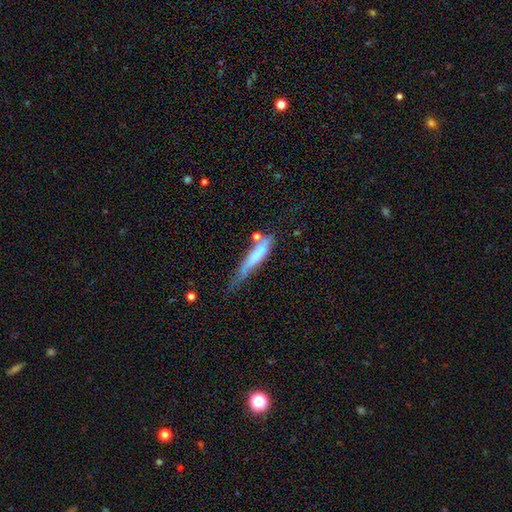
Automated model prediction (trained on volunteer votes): A smooth galaxy with no disk features (55%) that is cigar-shaped (88%). Merging: none (37%).